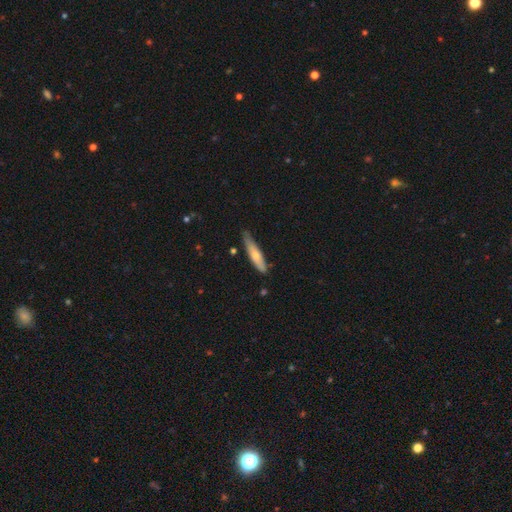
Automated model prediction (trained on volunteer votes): smooth_or_featured: smooth (p=0.64) [alt: featured or disk p=0.31]
how_rounded: cigar-shaped (p=0.82) [alt: in between p=0.16]
merging: none (p=0.67) [alt: minor disturbance p=0.27]